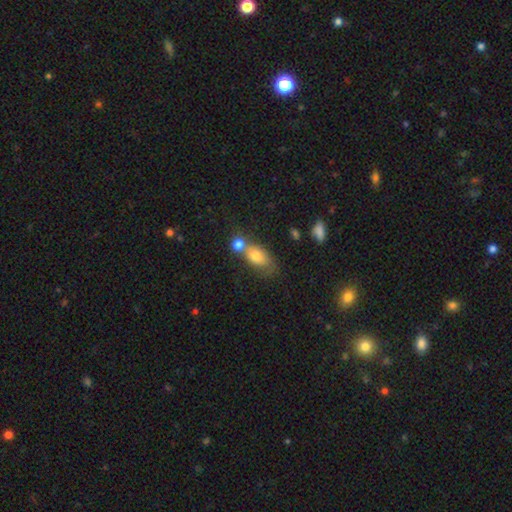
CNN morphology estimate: A smooth galaxy with no disk features (75%) that is in between round and cigar-shaped (78%). Merging: merger (51%).